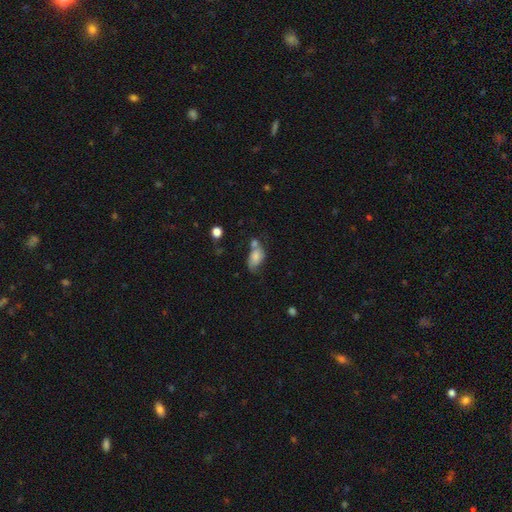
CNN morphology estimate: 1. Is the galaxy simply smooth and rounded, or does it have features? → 75% smooth, 16% featured or disk, 9% star or artifact.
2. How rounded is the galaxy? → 89% in between, 8% round, 3% cigar-shaped.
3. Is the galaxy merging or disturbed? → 34% none, 31% merger, 24% minor disturbance, 12% major disturbance.